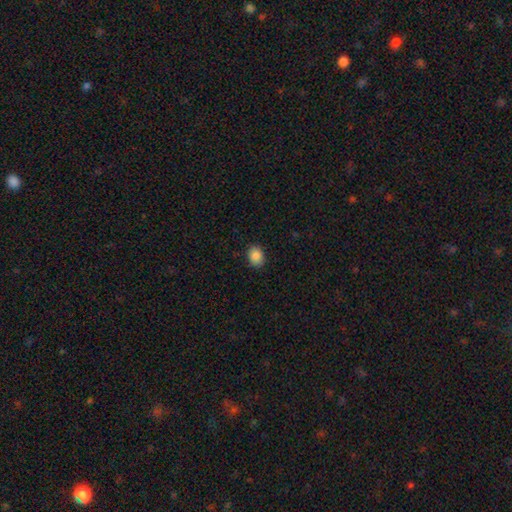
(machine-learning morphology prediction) smooth_or_featured: smooth (p=0.86) [alt: star or artifact p=0.09]
how_rounded: in between (p=0.59) [alt: round p=0.40]
merging: none (p=0.88) [alt: minor disturbance p=0.09]